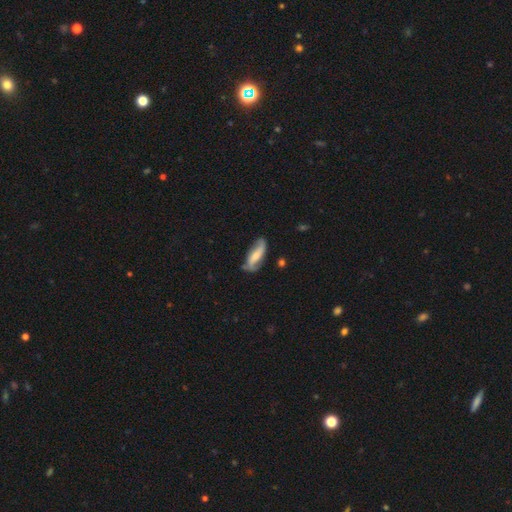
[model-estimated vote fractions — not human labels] This is likely a featured or disk galaxy (61%). It is clearly not viewed edge-on (85%). Bar: marginally no (36%). Spiral arm pattern: clearly yes (88%). Central bulge: possibly small (46%). Merging: likely none (66%).